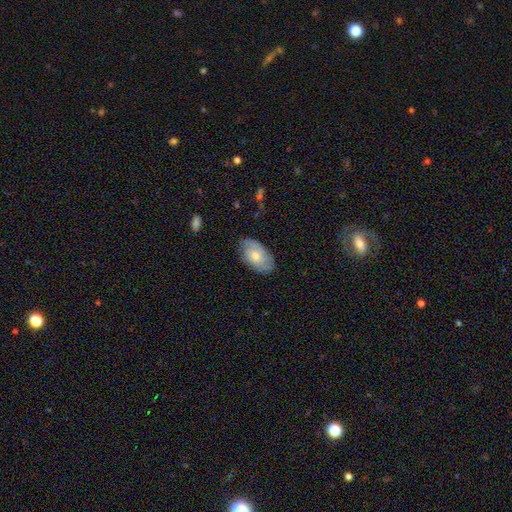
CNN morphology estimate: A featured or disk galaxy (49%). Merging: none (76%).